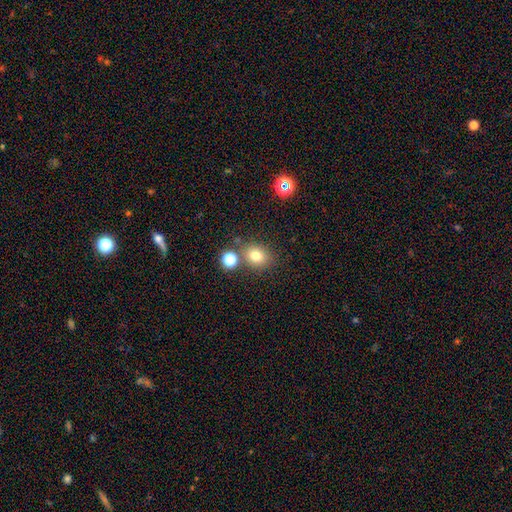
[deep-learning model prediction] This is likely a smooth galaxy (76%). How rounded: likely round (60%). Merging: likely none (74%).